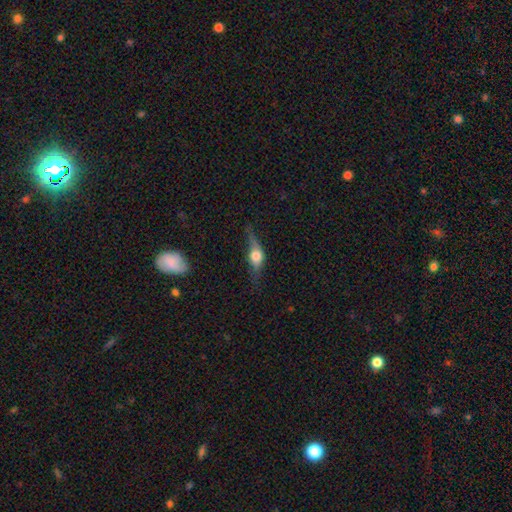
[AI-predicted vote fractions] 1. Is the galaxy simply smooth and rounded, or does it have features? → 58% featured or disk, 33% smooth, 9% star or artifact.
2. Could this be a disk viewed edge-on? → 90% yes, 10% no.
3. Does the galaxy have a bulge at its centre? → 94% rounded, 4% boxy, 2% none.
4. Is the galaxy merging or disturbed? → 63% none, 23% minor disturbance, 12% major disturbance, 2% merger.